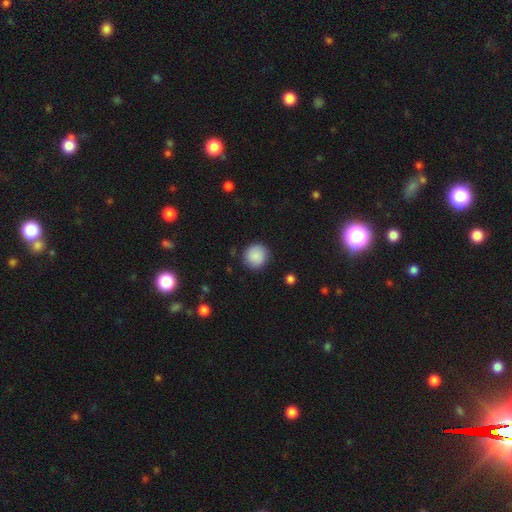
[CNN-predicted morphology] Smooth or featured?
  - smooth: 88% *
  - star or artifact: 8%
  - featured or disk: 4%
How rounded?
  - round: 93% *
  - in between: 6%
  - cigar-shaped: 1%
Merging?
  - none: 88% *
  - minor disturbance: 8%
  - major disturbance: 2%
  - merger: 1%